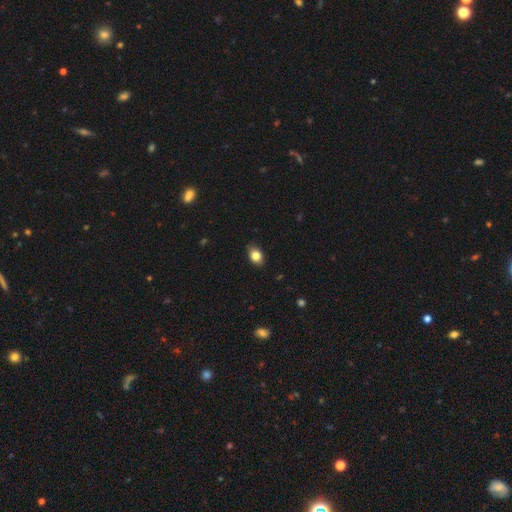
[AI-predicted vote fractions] Morphology: type=smooth (82%); roundness=in between (80%); merging=none (84%).